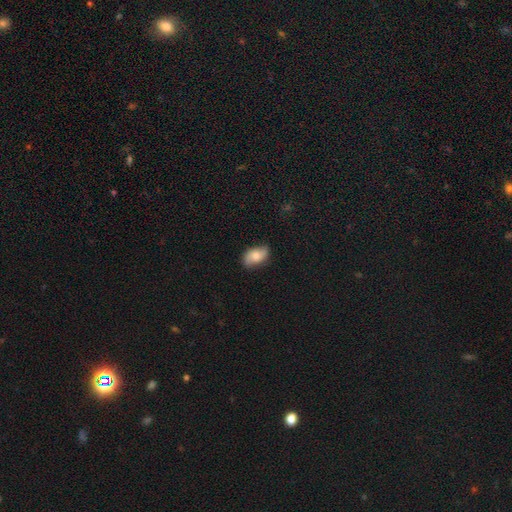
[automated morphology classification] Smooth or featured?
  - smooth: 56% *
  - featured or disk: 36%
  - star or artifact: 8%
How rounded?
  - in between: 88% *
  - round: 10%
  - cigar-shaped: 2%
Merging?
  - none: 76% *
  - minor disturbance: 19%
  - major disturbance: 4%
  - merger: 1%